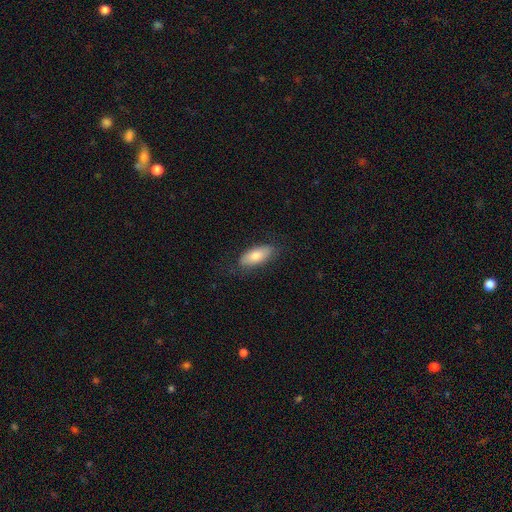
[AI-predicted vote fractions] Smooth or featured? smooth (79%)
How rounded? in between (82%)
Merging? none (79%)